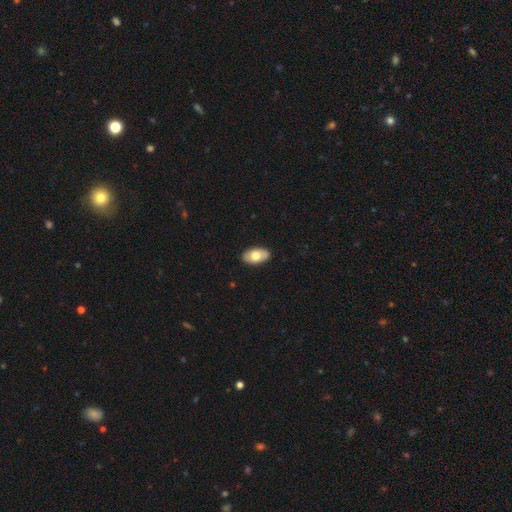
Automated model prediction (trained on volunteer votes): Smooth or featured?
  - smooth: 66% *
  - featured or disk: 28%
  - star or artifact: 6%
How rounded?
  - in between: 94% *
  - round: 5%
  - cigar-shaped: 2%
Merging?
  - none: 88% *
  - minor disturbance: 9%
  - major disturbance: 2%
  - merger: 1%